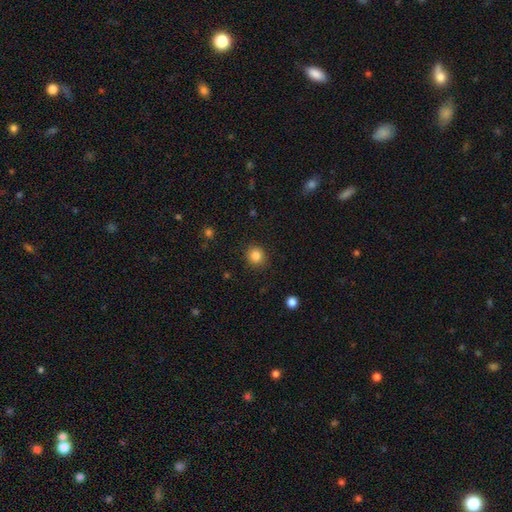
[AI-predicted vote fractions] Smooth or featured?
  - smooth: 85% *
  - star or artifact: 11%
  - featured or disk: 4%
How rounded?
  - round: 88% *
  - in between: 11%
  - cigar-shaped: 1%
Merging?
  - none: 89% *
  - minor disturbance: 7%
  - major disturbance: 2%
  - merger: 1%